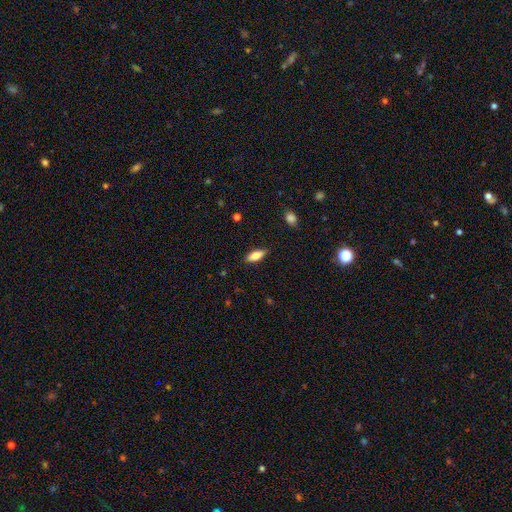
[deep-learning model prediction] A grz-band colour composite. It shows a smooth galaxy with no disk features (79%) that is in between round and cigar-shaped (78%). Merging: none (86%).